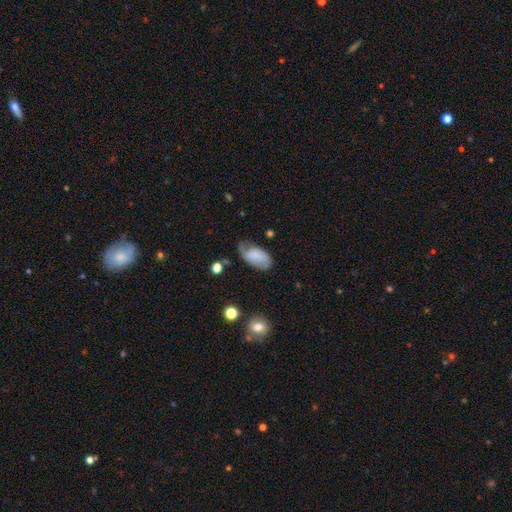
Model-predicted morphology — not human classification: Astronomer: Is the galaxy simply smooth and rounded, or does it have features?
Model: smooth — 56% (runner-up: featured or disk, 35%).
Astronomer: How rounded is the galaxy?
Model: in between — 93%.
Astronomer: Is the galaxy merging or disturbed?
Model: none — 42% (runner-up: minor disturbance, 34%).